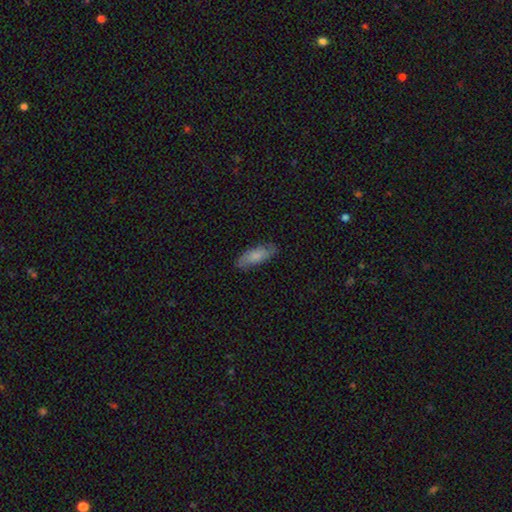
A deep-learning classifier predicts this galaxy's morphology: type=smooth (74%); roundness=in between (67%); merging=none (80%).